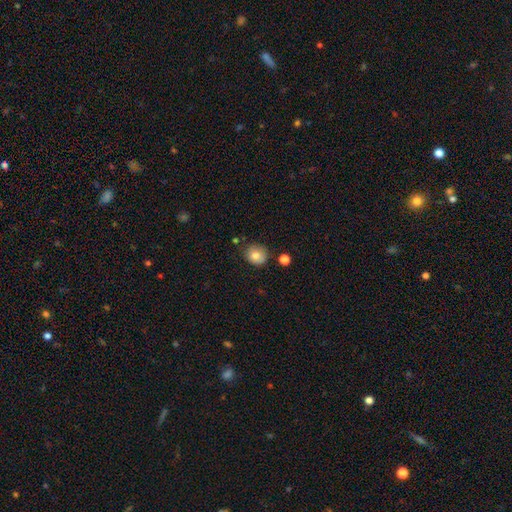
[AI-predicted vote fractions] Smooth or featured: smooth — 78% (featured or disk — 12%)
How rounded: round — 81% (in between — 19%)
Merging: none — 76% (minor disturbance — 17%)